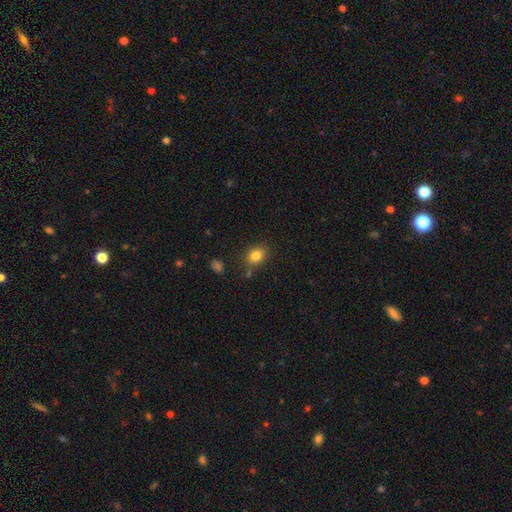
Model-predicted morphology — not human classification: A smooth galaxy with no disk features (83%) that is in between round and cigar-shaped (51%).

Vote fractions:
- Smooth or featured? smooth: 83% / star or artifact: 11% / featured or disk: 7%
- How rounded? in between: 51% / round: 48% / cigar-shaped: 1%
- Merging? none: 78% / minor disturbance: 14% / merger: 5% / major disturbance: 4%